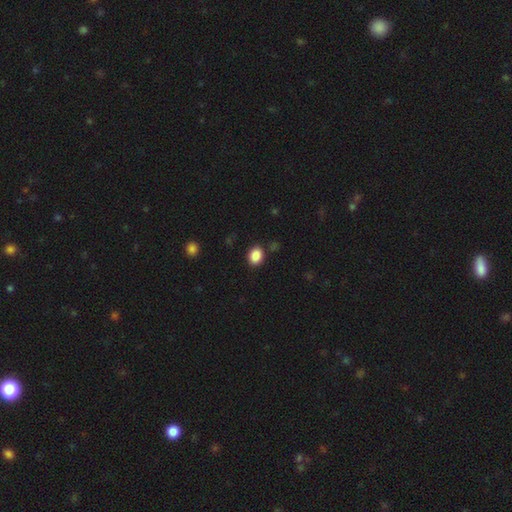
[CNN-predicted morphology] This is clearly a smooth galaxy (87%). How rounded: possibly in between (54%). Merging: clearly none (85%).